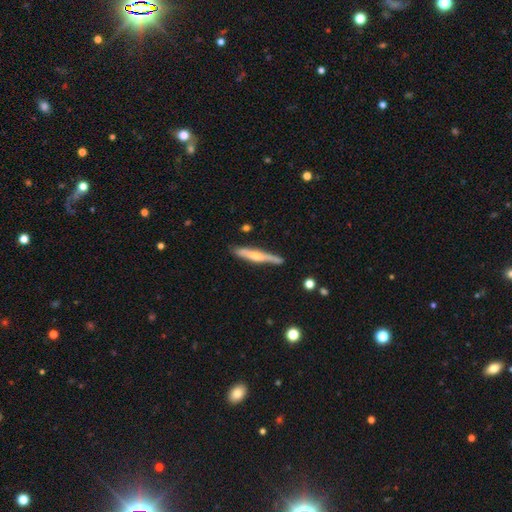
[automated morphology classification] Overall: featured or disk (51%; smooth 44%). Edge-on disk: yes (92%). Merging: none (74%).